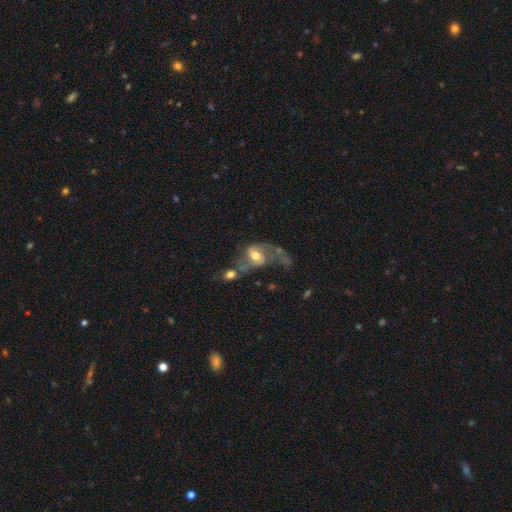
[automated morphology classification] Smooth or featured?
  - featured or disk: 66% *
  - smooth: 25%
  - star or artifact: 8%
Edge-on disk?
  - no: 96% *
  - yes: 4%
Bar?
  - weak: 45% *
  - no: 38%
  - strong: 17%
Spiral arms?
  - yes: 84% *
  - no: 16%
Spiral winding?
  - loose: 63% *
  - medium: 30%
  - tight: 7%
Spiral arm count?
  - 2: 72% *
  - 1: 19%
  - can't tell: 6%
  - 3: 1%
  - 4: 1%
  - more than 4: 1%
Bulge size?
  - moderate: 64% *
  - large: 17%
  - small: 15%
  - none: 2%
  - dominant: 2%
Merging?
  - major disturbance: 32% *
  - merger: 30%
  - none: 24%
  - minor disturbance: 14%